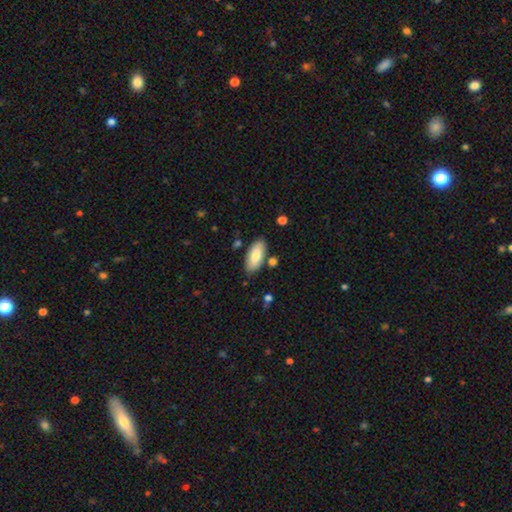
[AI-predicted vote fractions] Morphology: type=smooth (78%); roundness=in between (87%); merging=none (82%).